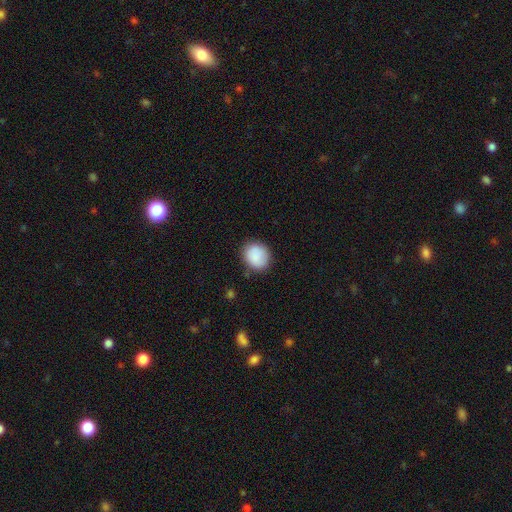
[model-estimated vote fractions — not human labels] smooth_or_featured: smooth (p=0.88) [alt: star or artifact p=0.07]
how_rounded: round (p=0.67) [alt: in between p=0.32]
merging: none (p=0.81) [alt: minor disturbance p=0.14]